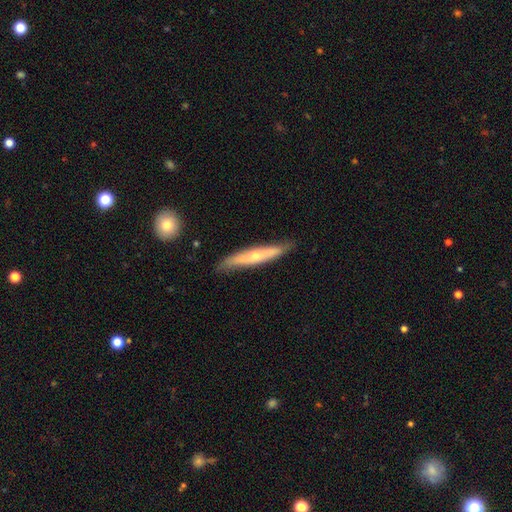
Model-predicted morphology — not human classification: The model was most divided on "smooth or featured": featured or disk: 55%, smooth: 39%, star or artifact: 6%. More confident: merging — none (81%); edge-on disk — yes (79%).